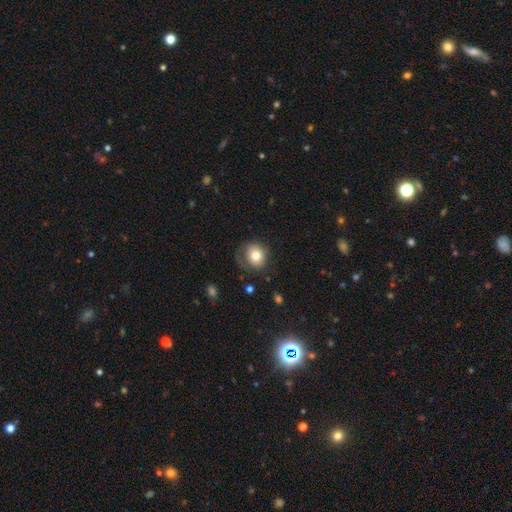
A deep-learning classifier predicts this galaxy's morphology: Q: Smooth or featured?
A: smooth (78%); runner-up: featured or disk (13%)
Q: How rounded?
A: round (79%); runner-up: in between (20%)
Q: Merging?
A: none (63%); runner-up: minor disturbance (22%)